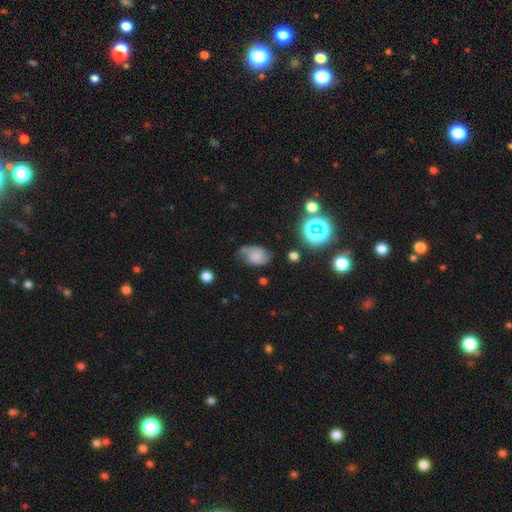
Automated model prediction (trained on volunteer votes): Morphology: type=smooth (46%); merging=none (51%).